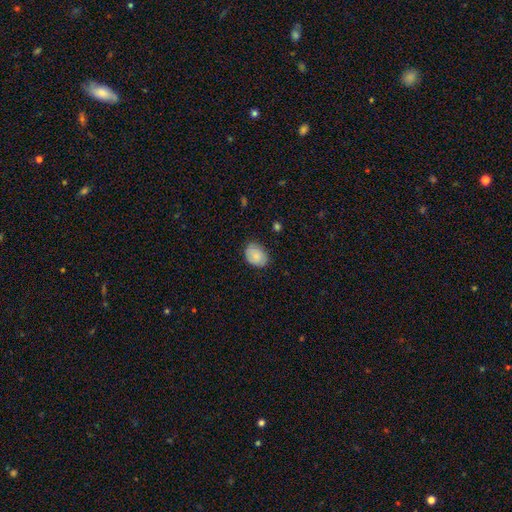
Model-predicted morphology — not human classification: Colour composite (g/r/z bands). It shows a smooth galaxy with no disk features (80%) that is in between round and cigar-shaped (71%). Merging: none (76%).